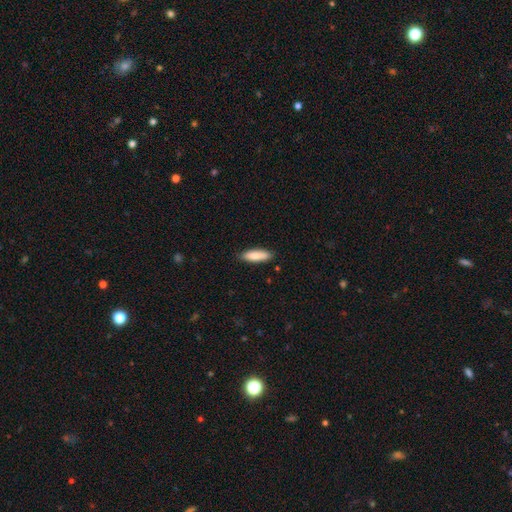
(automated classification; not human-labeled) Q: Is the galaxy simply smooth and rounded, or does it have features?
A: smooth — 85%.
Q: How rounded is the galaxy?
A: cigar-shaped — 53%.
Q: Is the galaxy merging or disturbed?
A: none — 87%.